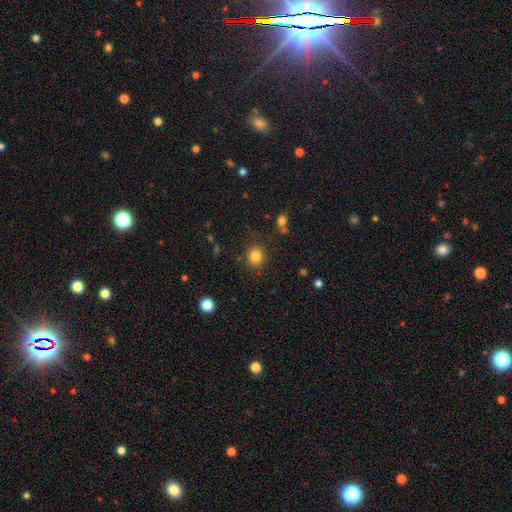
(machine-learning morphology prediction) The model was most divided on "smooth or featured": smooth: 83%, star or artifact: 12%, featured or disk: 6%. More confident: how rounded — round (87%); merging — none (83%).